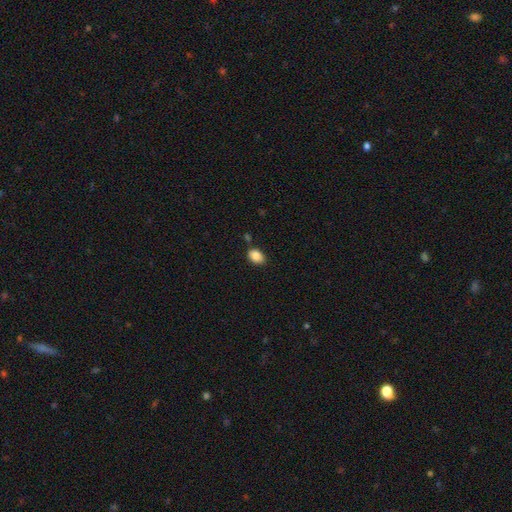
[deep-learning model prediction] Q: Smooth or featured?
A: smooth (86%); runner-up: star or artifact (8%)
Q: How rounded?
A: in between (78%); runner-up: round (21%)
Q: Merging?
A: none (78%); runner-up: minor disturbance (14%)